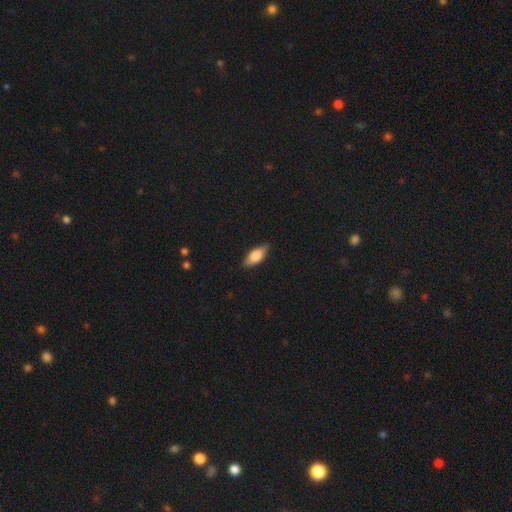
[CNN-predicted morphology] type=smooth (69%); roundness=in between (78%); merging=none (86%).